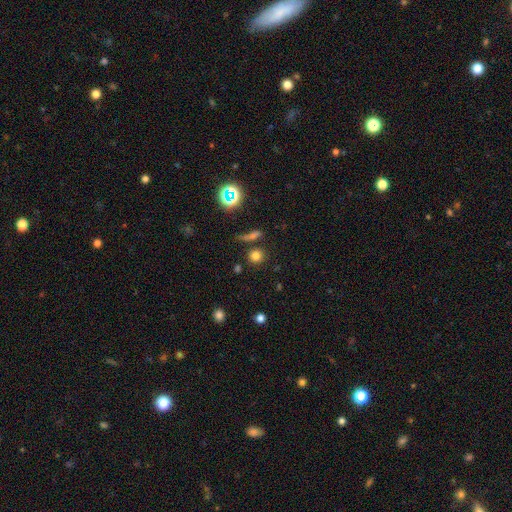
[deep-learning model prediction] Overall: smooth (74%). How rounded: round (87%). Merging: none (78%).